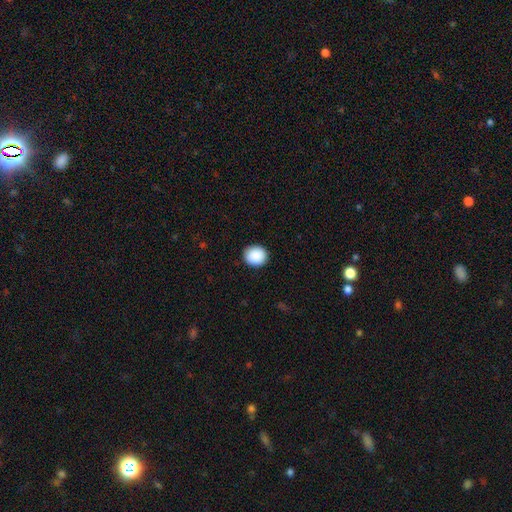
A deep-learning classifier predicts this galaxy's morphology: type=smooth (90%); roundness=round (84%); merging=none (91%).